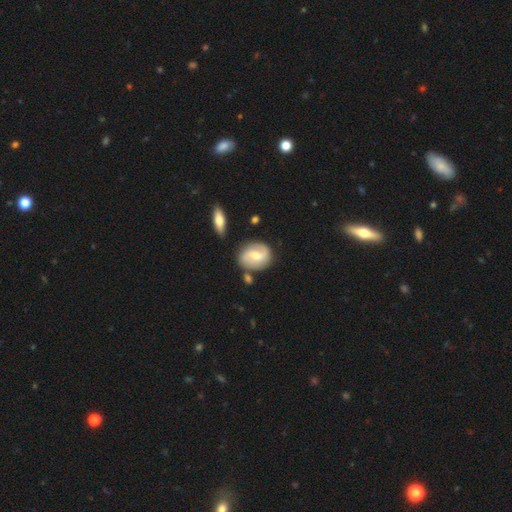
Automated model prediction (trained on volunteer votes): This appears to be a featured or disk galaxy (67%) with a weak bar (50%), 2 (88%) loose (42%) spiral arms (89%) and a moderate central bulge (60%). Merging: none (76%).